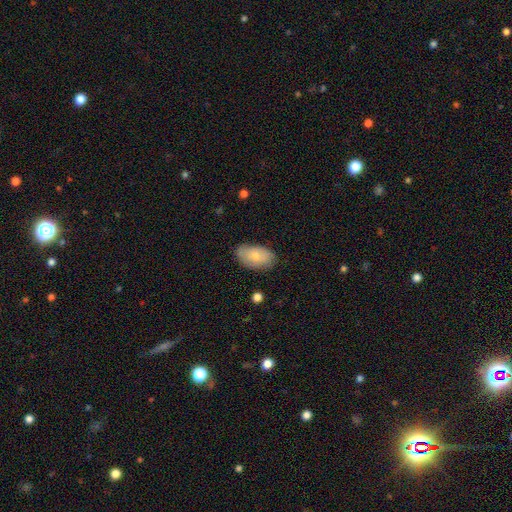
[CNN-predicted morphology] smooth_or_featured: smooth (p=0.73) [alt: featured or disk p=0.21]
how_rounded: in between (p=0.94) [alt: round p=0.05]
merging: none (p=0.76) [alt: minor disturbance p=0.19]